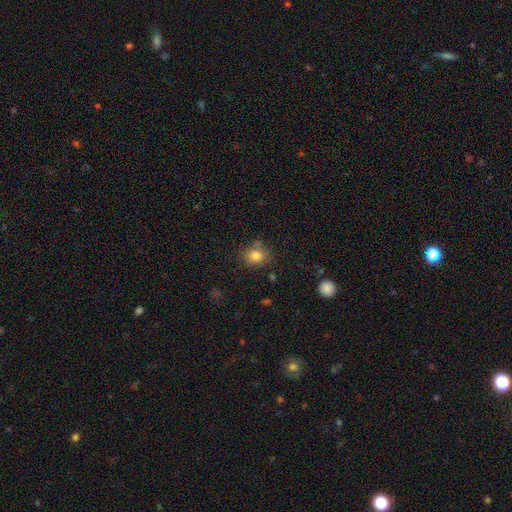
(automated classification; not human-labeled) This appears to be a smooth galaxy with no disk features (81%) that is round (63%). Merging: none (76%).